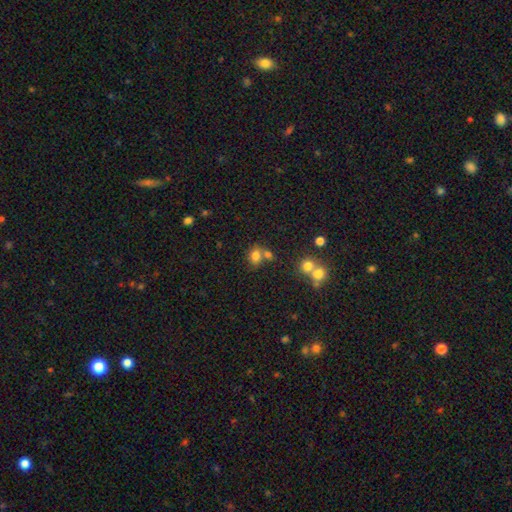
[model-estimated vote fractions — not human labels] smooth 77%, star or artifact 14%, featured or disk 9%. Down the decision tree: how rounded — round (51%); merging — none (52%).